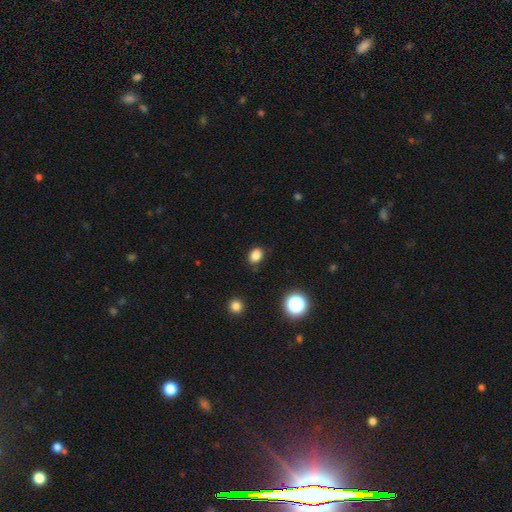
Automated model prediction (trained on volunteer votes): Morphology: type=smooth (83%); roundness=in between (57%); merging=none (82%).